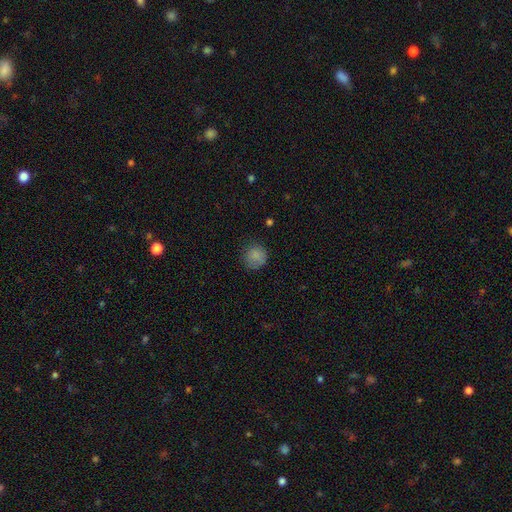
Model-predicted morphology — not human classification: smooth-or-featured: smooth: 83% | star or artifact: 11% | featured or disk: 6%
  how-rounded: round: 89% | in between: 10% | cigar-shaped: 1%
  merging: none: 74% | minor disturbance: 19% | major disturbance: 6% | merger: 1%